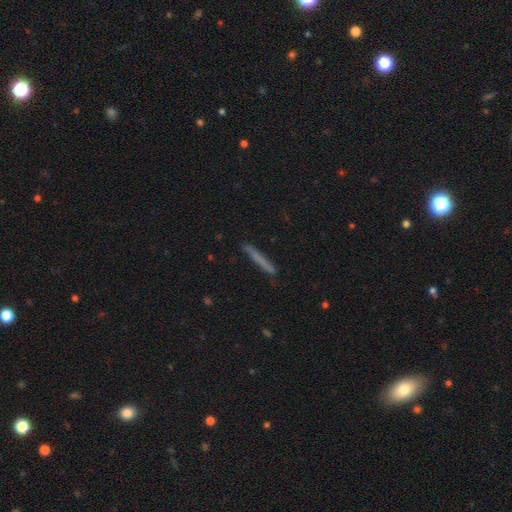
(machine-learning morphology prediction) smooth 63%, featured or disk 30%, star or artifact 7%. Down the decision tree: how rounded — cigar-shaped (96%); merging — none (90%).